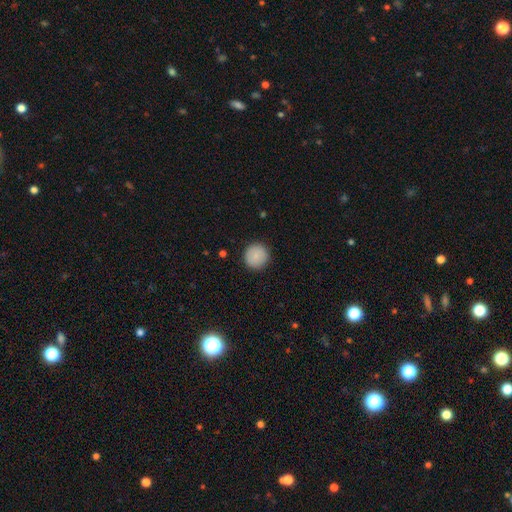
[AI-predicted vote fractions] smooth 86%, star or artifact 7%, featured or disk 7%. Down the decision tree: how rounded — round (95%); merging — none (91%).